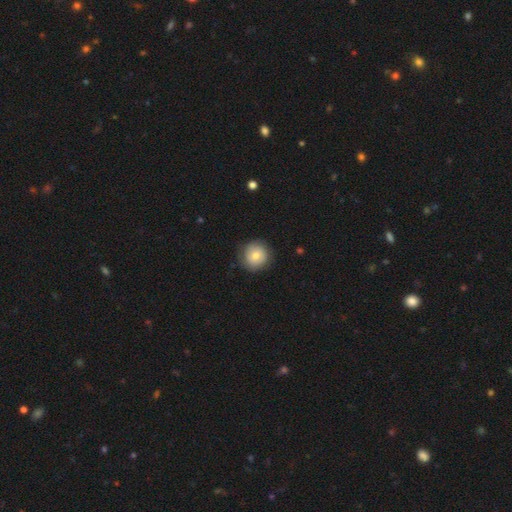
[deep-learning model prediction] A smooth galaxy with no disk features (72%) that is round (92%).

Vote fractions:
- Smooth or featured? smooth: 72% / featured or disk: 19% / star or artifact: 8%
- How rounded? round: 92% / in between: 7% / cigar-shaped: 1%
- Merging? none: 82% / minor disturbance: 13% / major disturbance: 4% / merger: 1%